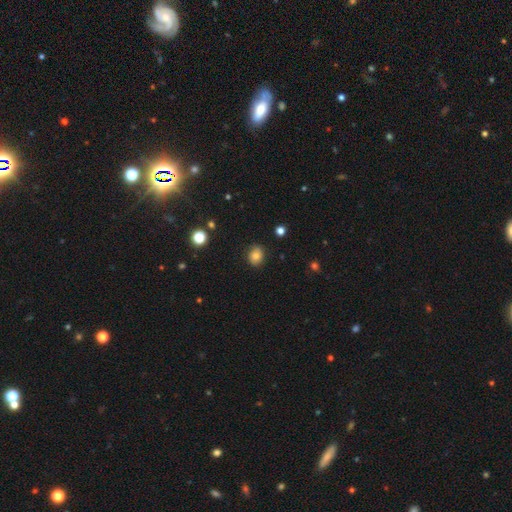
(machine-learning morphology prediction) A smooth galaxy with no disk features (75%) that is round (58%).

Vote fractions:
- Smooth or featured? smooth: 75% / featured or disk: 13% / star or artifact: 12%
- How rounded? round: 58% / in between: 41% / cigar-shaped: 1%
- Merging? none: 82% / minor disturbance: 14% / major disturbance: 3% / merger: 1%